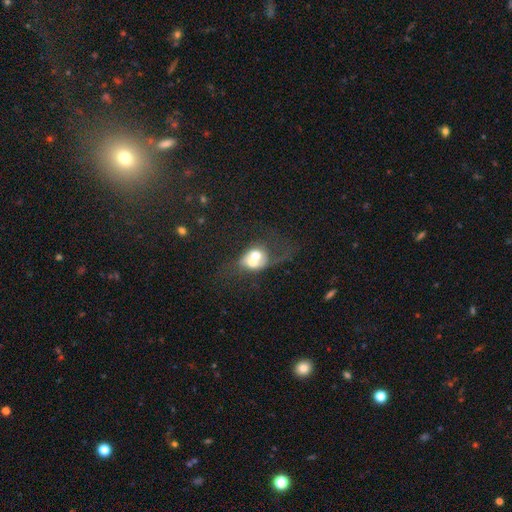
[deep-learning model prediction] Overall: smooth (47%; featured or disk 43%). Merging: merger (72%).